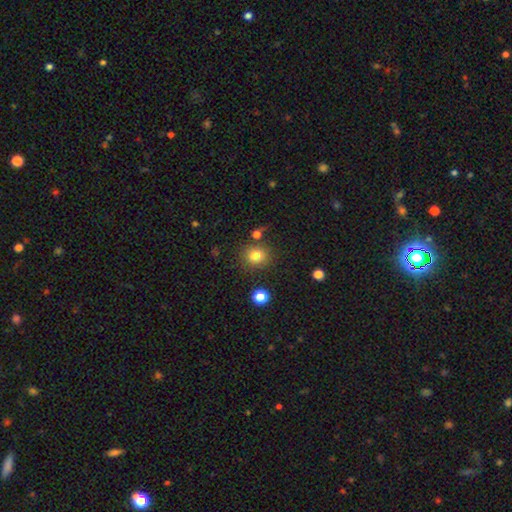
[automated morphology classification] smooth_or_featured: smooth (p=0.79) [alt: star or artifact p=0.13]
how_rounded: round (p=0.78) [alt: in between p=0.21]
merging: none (p=0.79) [alt: minor disturbance p=0.11]